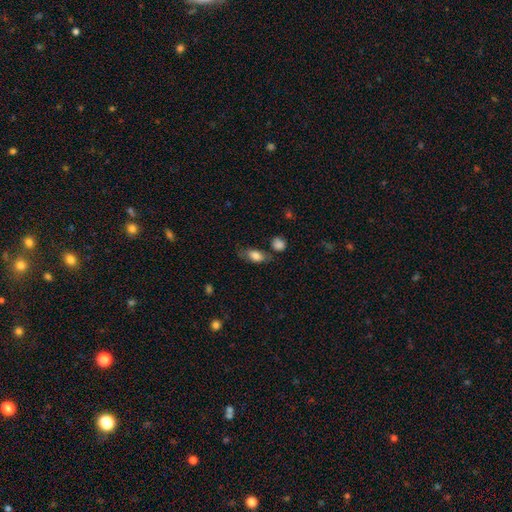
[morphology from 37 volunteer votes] Overall: smooth (81%). How rounded: in between (97%). Merging: none (71%).